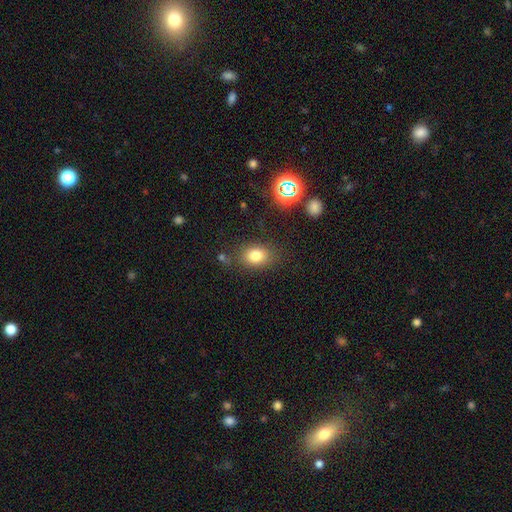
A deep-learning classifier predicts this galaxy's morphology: The model was most divided on "how rounded": in between: 65%, round: 33%, cigar-shaped: 1%. More confident: smooth or featured — smooth (78%); merging — none (77%).